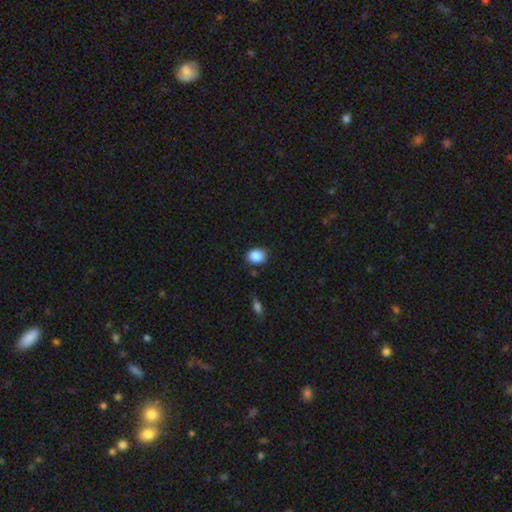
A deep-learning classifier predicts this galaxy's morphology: A smooth galaxy with no disk features (86%) that is round (53%). Merging: none (82%).